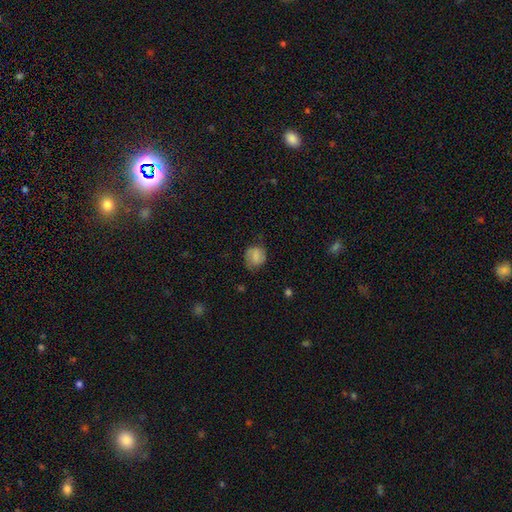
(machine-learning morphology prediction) smooth-or-featured: smooth: 58% | featured or disk: 33% | star or artifact: 9%
  how-rounded: round: 68% | in between: 30% | cigar-shaped: 1%
  merging: none: 66% | minor disturbance: 23% | major disturbance: 9% | merger: 1%